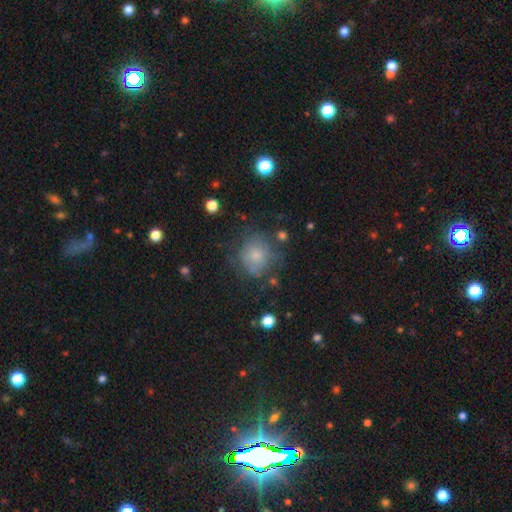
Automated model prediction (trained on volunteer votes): smooth_or_featured: smooth (p=0.68) [alt: featured or disk p=0.20]
how_rounded: round (p=0.81) [alt: in between p=0.18]
merging: none (p=0.59) [alt: minor disturbance p=0.23]